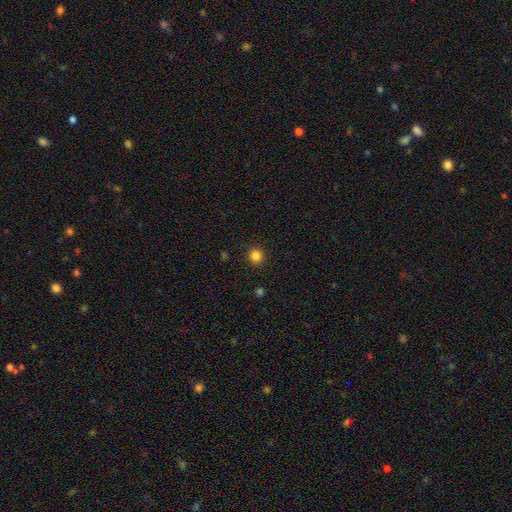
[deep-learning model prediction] Smooth or featured?
  - smooth: 84% *
  - star or artifact: 12%
  - featured or disk: 3%
How rounded?
  - round: 93% *
  - in between: 6%
  - cigar-shaped: 1%
Merging?
  - none: 92% *
  - minor disturbance: 5%
  - major disturbance: 2%
  - merger: 1%